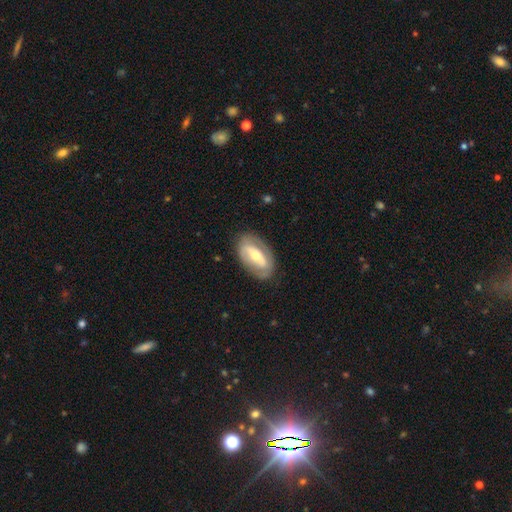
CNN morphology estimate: Overall: featured or disk (64%; smooth 31%). Edge-on disk: no (89%). Bar: strong (44%; no 29%). Spiral arms: no (53%; yes 47%). Bulge size: moderate (58%; small 35%). Merging: none (77%).